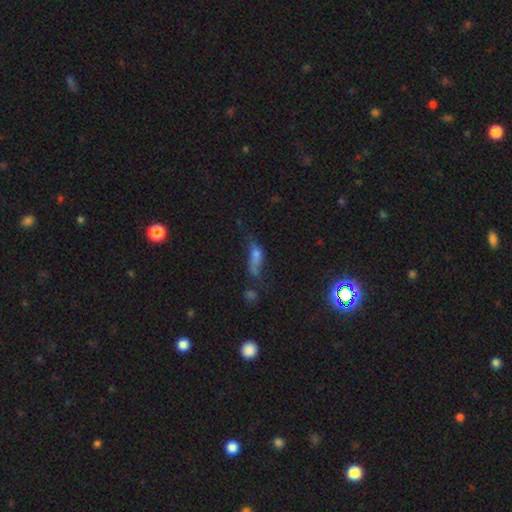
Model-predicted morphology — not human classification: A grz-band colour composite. It shows a smooth galaxy with no disk features (52%) that is in between round and cigar-shaped (58%). Merging: major disturbance (31%).